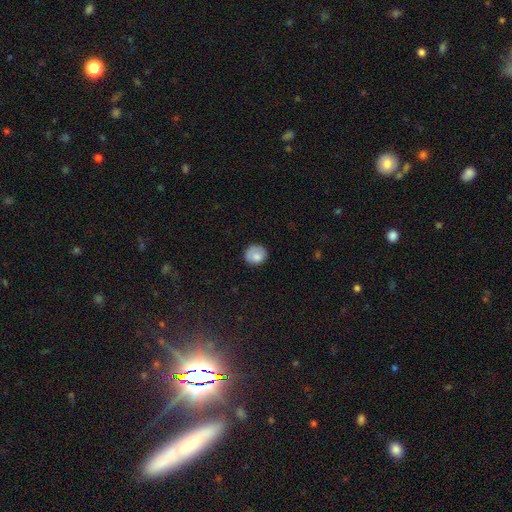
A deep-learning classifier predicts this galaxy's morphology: smooth 81%, featured or disk 11%, star or artifact 8%. Down the decision tree: how rounded — round (81%); merging — none (76%).